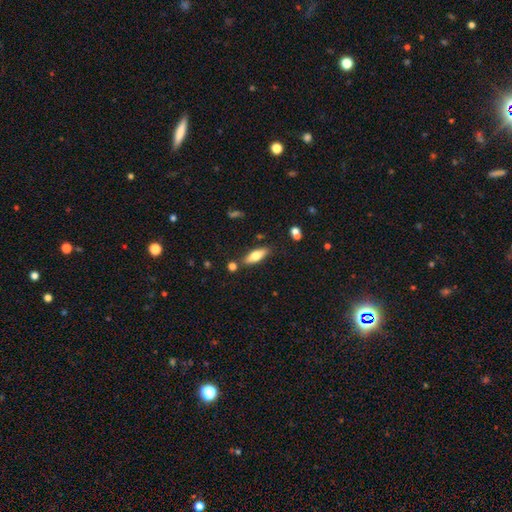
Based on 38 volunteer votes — Volunteers were most divided on "smooth or featured": smooth: 58%, featured or disk: 34%, star or artifact: 8%. More confident: merging — none (74%); how rounded — in between (64%).